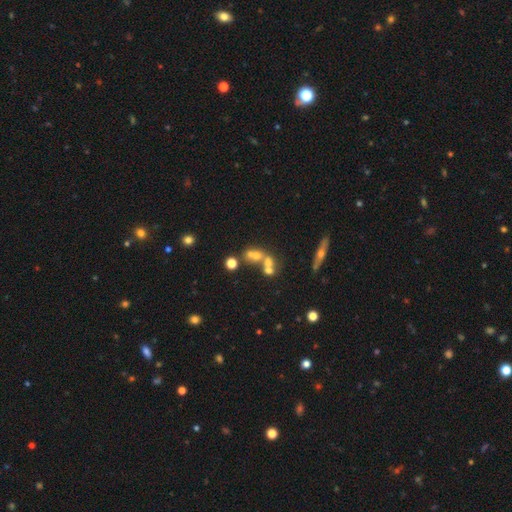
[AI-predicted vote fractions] A smooth galaxy with no disk features (44%). Merging: merger (53%).